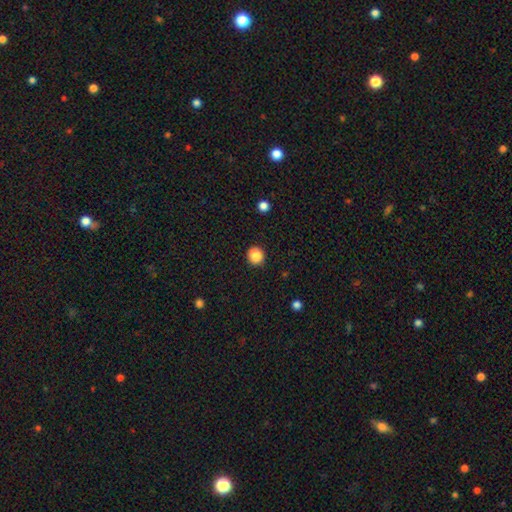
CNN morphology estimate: Smooth or featured? Predicted: smooth (p=0.87). How rounded? Predicted: round (p=0.90). Merging? Predicted: none (p=0.92).